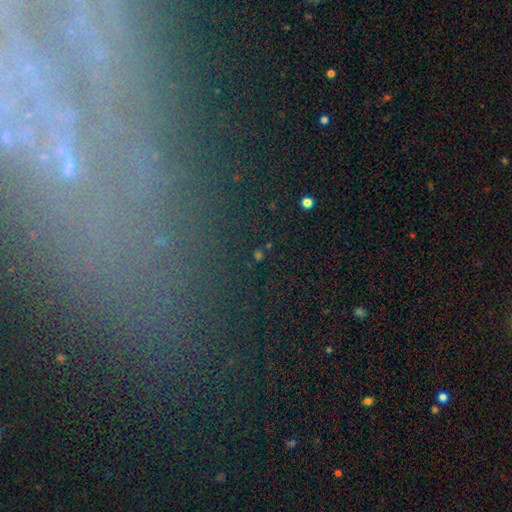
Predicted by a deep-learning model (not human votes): This appears to be a star or artifact, not a galaxy (58%).